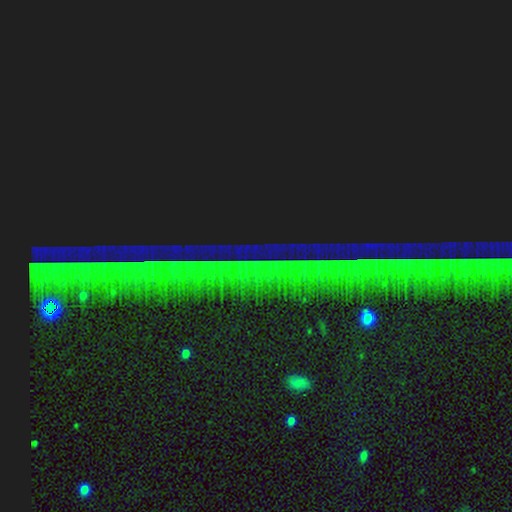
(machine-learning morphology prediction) The model was most divided on "smooth or featured": star or artifact: 88%, featured or disk: 6%, smooth: 5%.